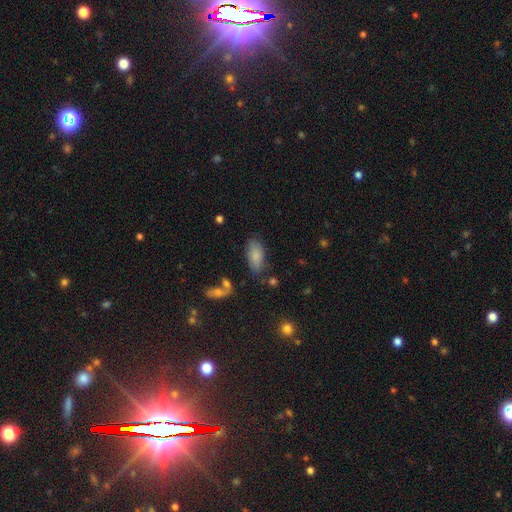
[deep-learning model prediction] Overall: smooth (82%). How rounded: in between (88%). Merging: none (70%).